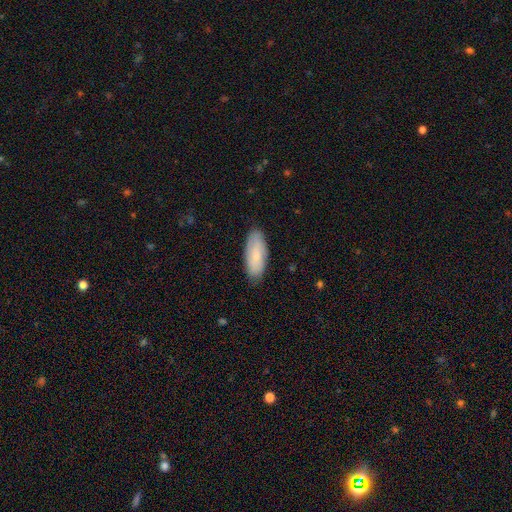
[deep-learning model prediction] Overall: smooth (75%). How rounded: in between (80%). Merging: none (84%).